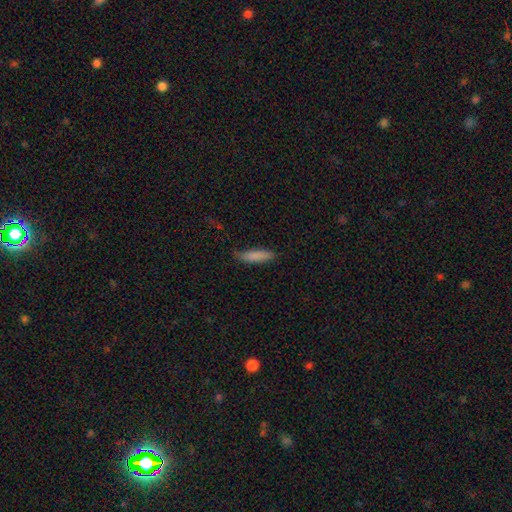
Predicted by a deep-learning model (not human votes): Smooth or featured? smooth (84%)
How rounded? cigar-shaped (70%)
Merging? none (74%)